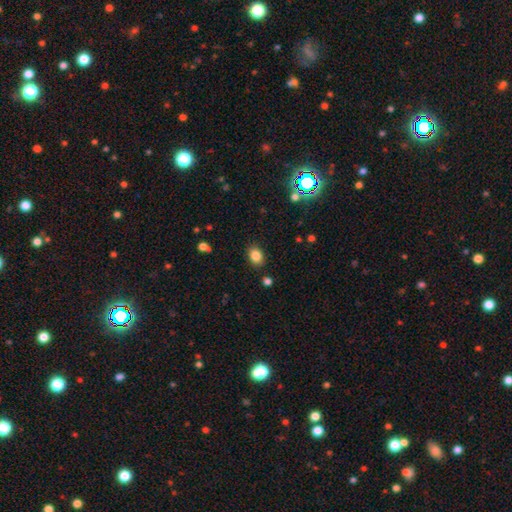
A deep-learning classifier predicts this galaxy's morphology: Smooth or featured?
  - smooth: 85% *
  - star or artifact: 10%
  - featured or disk: 5%
How rounded?
  - in between: 70% *
  - round: 29%
  - cigar-shaped: 1%
Merging?
  - none: 87% *
  - minor disturbance: 9%
  - major disturbance: 2%
  - merger: 2%